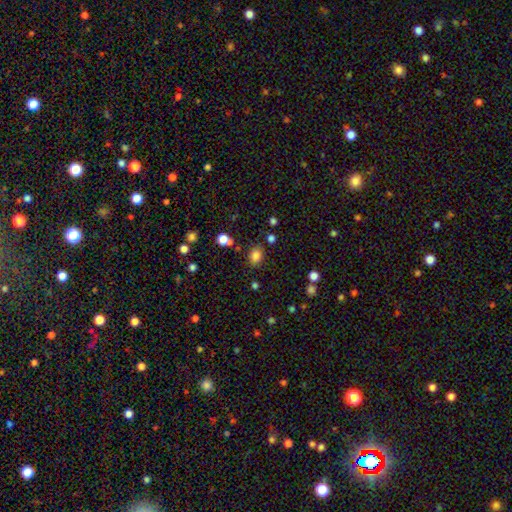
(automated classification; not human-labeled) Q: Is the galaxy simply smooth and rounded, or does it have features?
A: smooth — 82%.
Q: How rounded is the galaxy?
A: in between — 56%.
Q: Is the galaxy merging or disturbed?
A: none — 79%.